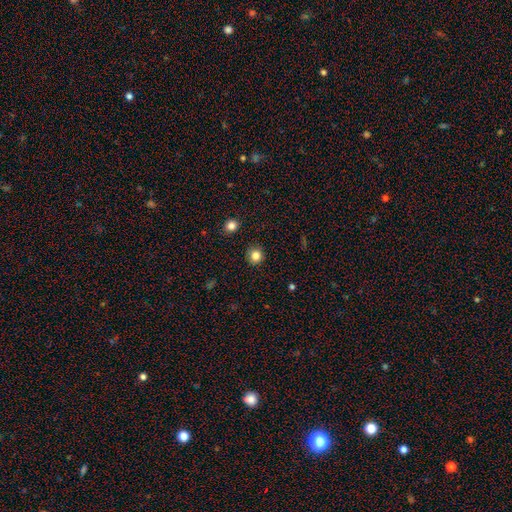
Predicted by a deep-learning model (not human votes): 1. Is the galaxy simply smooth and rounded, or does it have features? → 83% smooth, 12% star or artifact, 5% featured or disk.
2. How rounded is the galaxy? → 91% round, 8% in between, 1% cigar-shaped.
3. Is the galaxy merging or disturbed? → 91% none, 6% minor disturbance, 2% major disturbance, 1% merger.